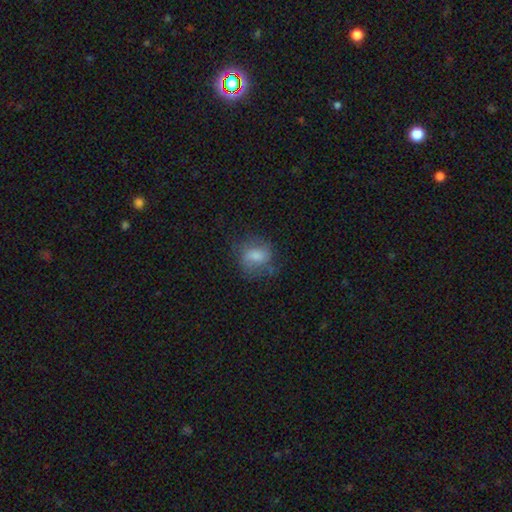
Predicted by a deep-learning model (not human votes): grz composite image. It shows a smooth galaxy with no disk features (65%) that is round (51%). Merging: none (56%).